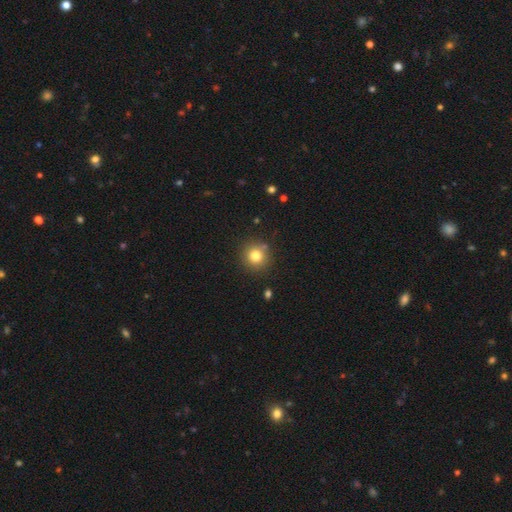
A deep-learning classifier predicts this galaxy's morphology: smooth-or-featured: smooth: 80% | star or artifact: 12% | featured or disk: 8%
  how-rounded: round: 92% | in between: 7% | cigar-shaped: 1%
  merging: none: 85% | minor disturbance: 8% | merger: 4% | major disturbance: 3%